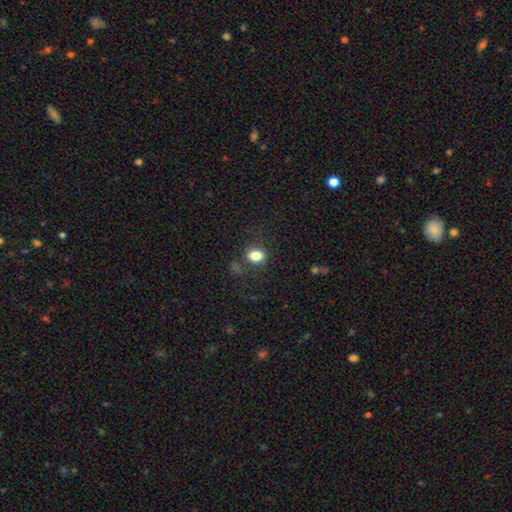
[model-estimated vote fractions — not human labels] Smooth or featured?
  - smooth: 82% *
  - star or artifact: 11%
  - featured or disk: 7%
How rounded?
  - in between: 62% *
  - round: 37%
  - cigar-shaped: 1%
Merging?
  - none: 77% *
  - minor disturbance: 14%
  - major disturbance: 6%
  - merger: 4%